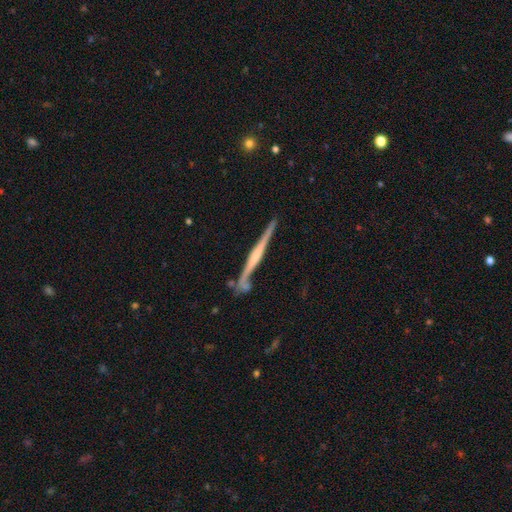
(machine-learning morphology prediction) The model was most divided on "edge-on bulge": rounded: 38%, none: 37%, boxy: 25%. More confident: edge-on disk — yes (95%); smooth or featured — featured or disk (74%); merging — none (65%).